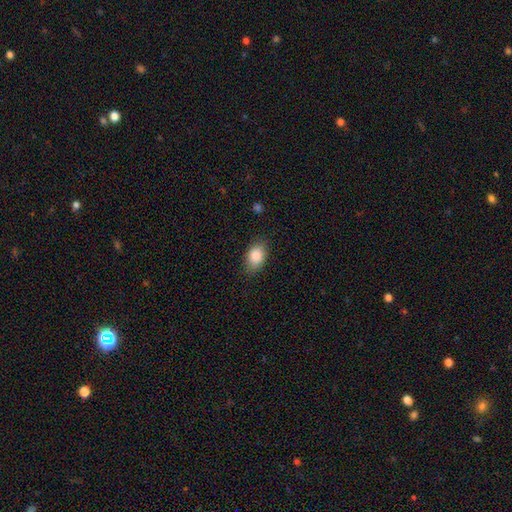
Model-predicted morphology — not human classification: This is clearly a smooth galaxy (85%). How rounded: clearly in between (84%). Merging: clearly none (82%).